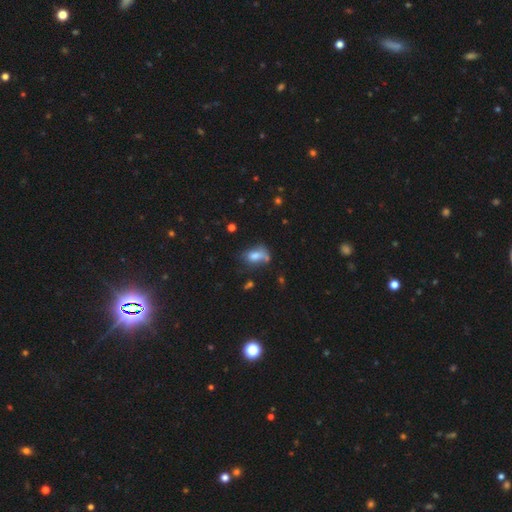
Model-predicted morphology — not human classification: This is likely a smooth galaxy (69%). How rounded: clearly in between (80%). Merging: marginally none (37%).